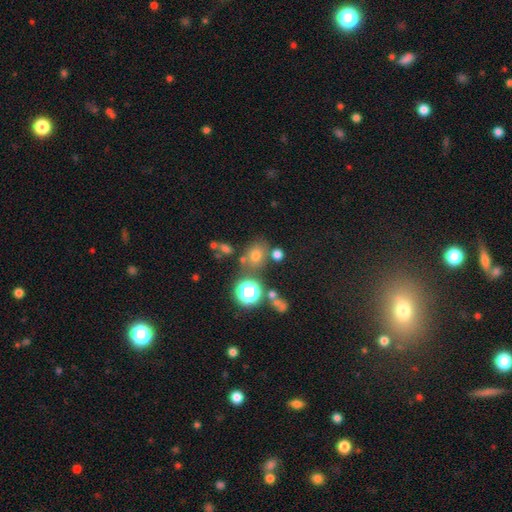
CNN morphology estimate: smooth-or-featured: smooth: 66% | star or artifact: 24% | featured or disk: 11%
  how-rounded: round: 69% | in between: 30% | cigar-shaped: 1%
  merging: none: 69% | merger: 13% | minor disturbance: 13% | major disturbance: 5%